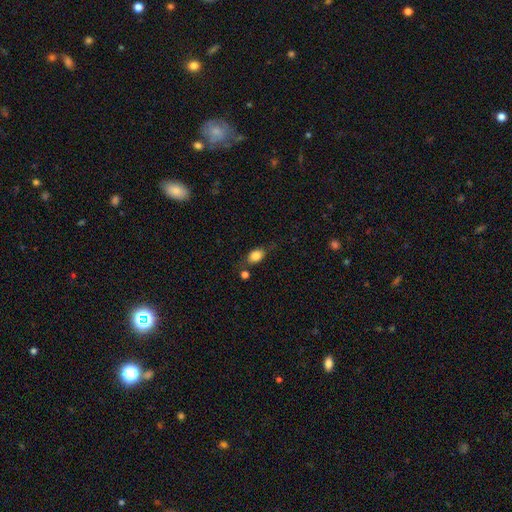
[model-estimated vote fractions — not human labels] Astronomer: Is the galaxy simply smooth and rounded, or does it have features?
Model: smooth — 81%.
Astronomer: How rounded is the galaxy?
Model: in between — 76%.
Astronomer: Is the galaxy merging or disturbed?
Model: none — 67%.